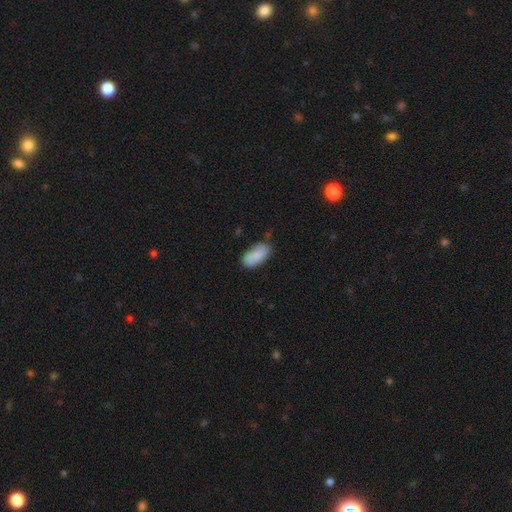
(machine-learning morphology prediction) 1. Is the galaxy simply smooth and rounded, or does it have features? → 86% smooth, 8% featured or disk, 6% star or artifact.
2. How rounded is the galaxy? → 93% in between, 5% cigar-shaped, 2% round.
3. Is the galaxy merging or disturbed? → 74% none, 20% minor disturbance, 4% major disturbance, 3% merger.